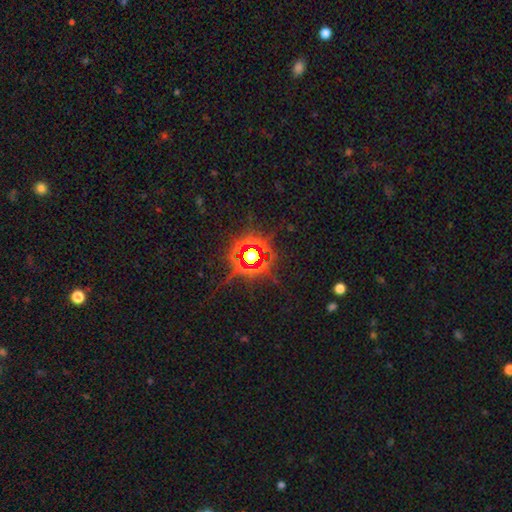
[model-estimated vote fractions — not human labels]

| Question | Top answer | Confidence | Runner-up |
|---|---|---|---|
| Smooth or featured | star or artifact | 79% | smooth (12%) |